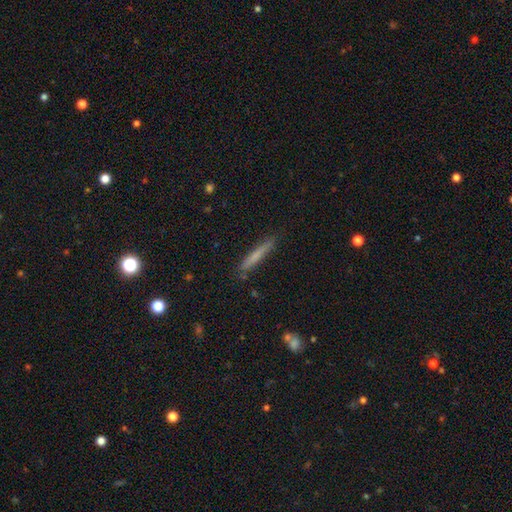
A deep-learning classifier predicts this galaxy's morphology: smooth-or-featured: smooth: 63% | featured or disk: 30% | star or artifact: 7%
  how-rounded: cigar-shaped: 95% | in between: 3% | round: 1%
  merging: none: 85% | minor disturbance: 11% | major disturbance: 2% | merger: 2%